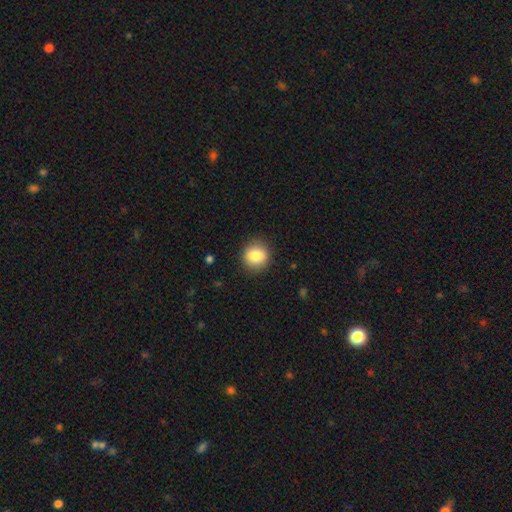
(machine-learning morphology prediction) A smooth galaxy with no disk features (83%) that is round (84%). Merging: none (89%).